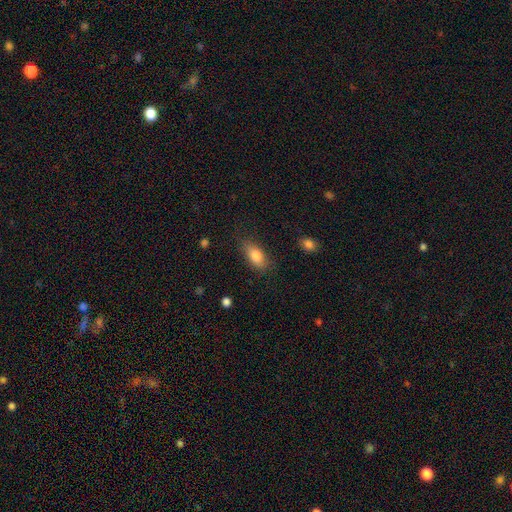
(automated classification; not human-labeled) smooth 82%, featured or disk 10%, star or artifact 8%. Down the decision tree: how rounded — in between (85%); merging — none (77%).